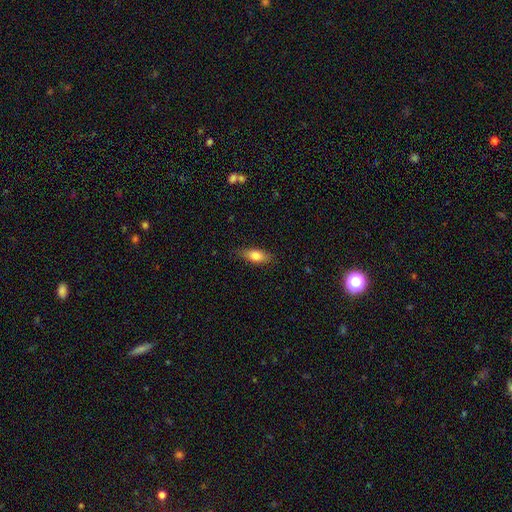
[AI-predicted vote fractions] Smooth or featured?
  - smooth: 75% *
  - featured or disk: 18%
  - star or artifact: 7%
How rounded?
  - in between: 74% *
  - cigar-shaped: 22%
  - round: 4%
Merging?
  - none: 81% *
  - minor disturbance: 15%
  - major disturbance: 3%
  - merger: 1%